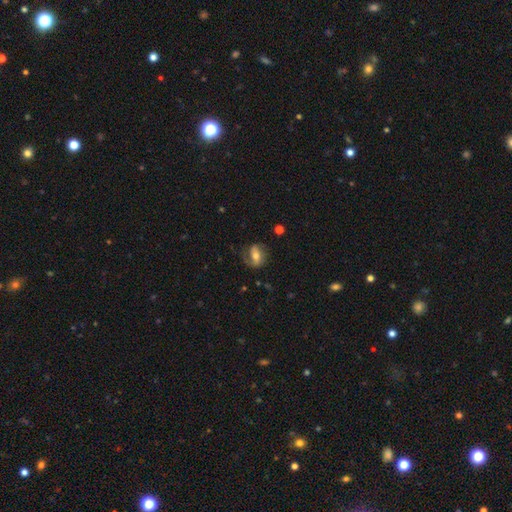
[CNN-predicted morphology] This appears to be a featured or disk galaxy (60%) with a strong bar (37%), spiral arms (82%) and a moderate central bulge (62%). Merging: none (64%).